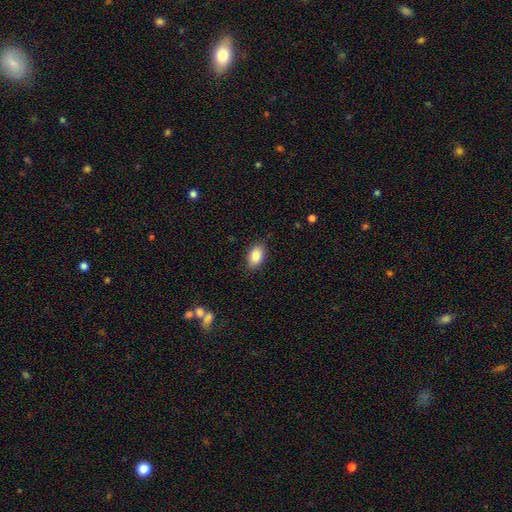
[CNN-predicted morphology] smooth_or_featured: smooth (p=0.87) [alt: star or artifact p=0.07]
how_rounded: in between (p=0.90) [alt: round p=0.08]
merging: none (p=0.83) [alt: minor disturbance p=0.13]